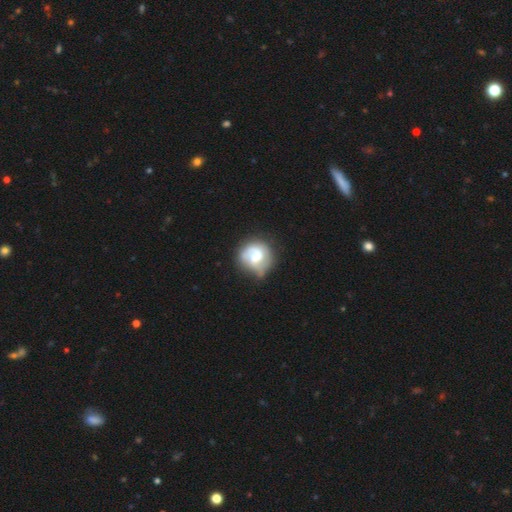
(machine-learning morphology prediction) This is possibly a featured or disk galaxy (52%). It is clearly not viewed edge-on (98%). Bar: possibly no (46%). Spiral arm pattern: likely yes (78%). Central bulge: possibly moderate (45%). Merging: possibly none (51%).